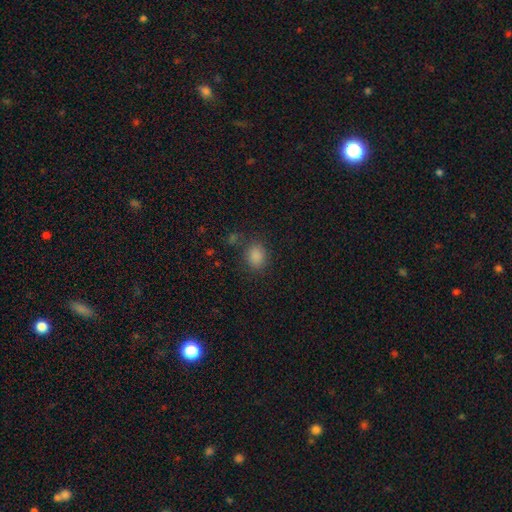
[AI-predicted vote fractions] The model was most divided on "how rounded": round: 55%, in between: 44%, cigar-shaped: 1%. More confident: smooth or featured — smooth (81%); merging — none (80%).